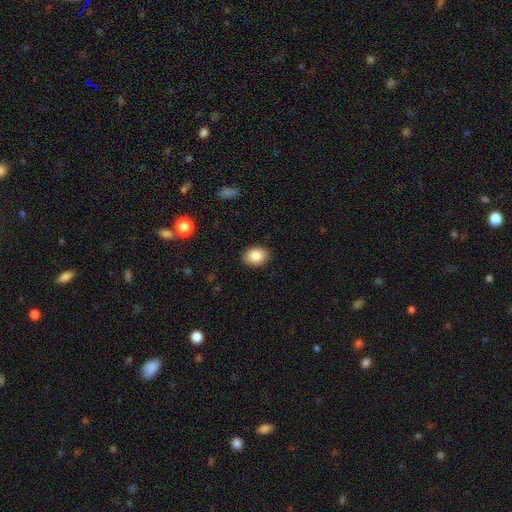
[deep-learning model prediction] smooth_or_featured: smooth (p=0.87) [alt: star or artifact p=0.08]
how_rounded: in between (p=0.62) [alt: round p=0.38]
merging: none (p=0.89) [alt: minor disturbance p=0.08]